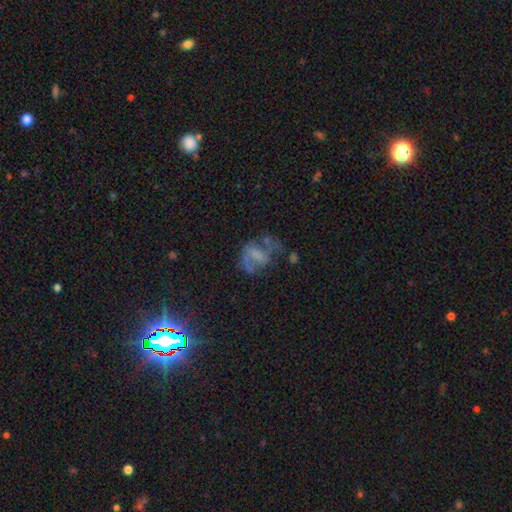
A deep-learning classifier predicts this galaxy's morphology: Overall: featured or disk (53%; smooth 30%). Edge-on disk: no (97%). Bar: no (56%; weak 29%). Spiral arms: no (51%; yes 49%). Bulge size: none (60%). Merging: major disturbance (36%; none 32%).